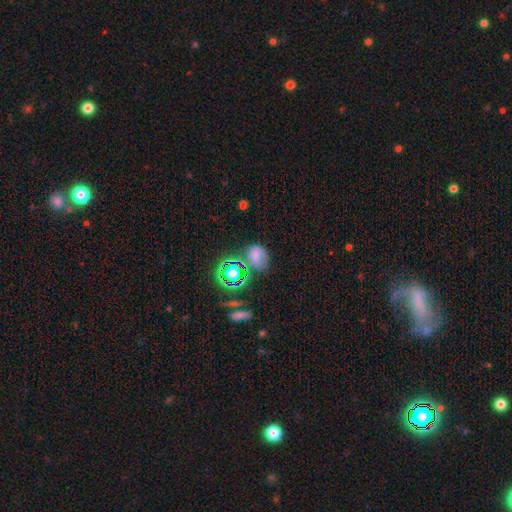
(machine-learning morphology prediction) The model was most divided on "how rounded" (2-way tie): in between: 49%, round: 49%, cigar-shaped: 1%. More confident: smooth or featured — smooth (61%); merging — none (54%).